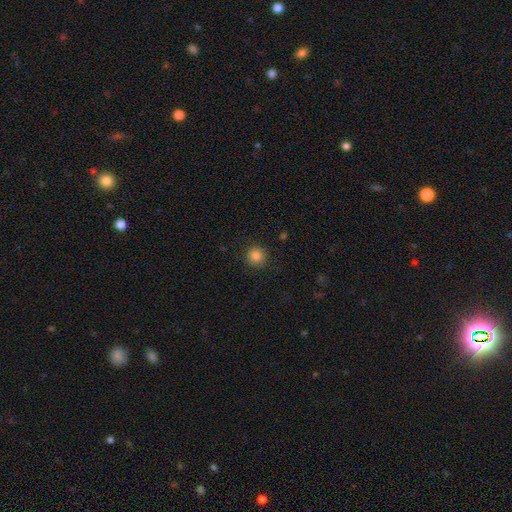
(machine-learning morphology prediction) Smooth or featured? Predicted: smooth (p=0.86). How rounded? Predicted: round (p=0.94). Merging? Predicted: none (p=0.90).